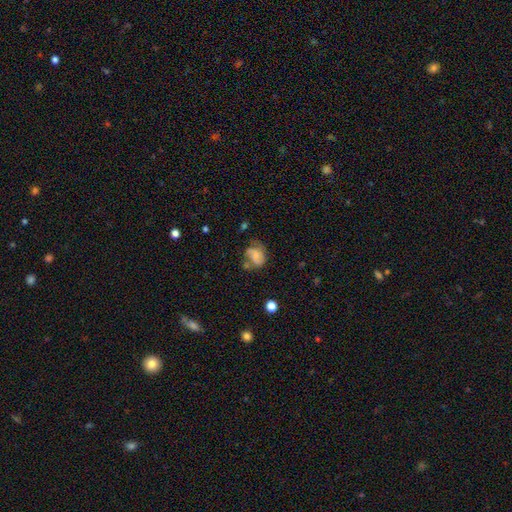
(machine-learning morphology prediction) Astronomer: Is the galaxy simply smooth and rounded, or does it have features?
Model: smooth — 46% (runner-up: featured or disk, 43%).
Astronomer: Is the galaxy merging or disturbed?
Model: none — 37% (runner-up: minor disturbance, 26%).